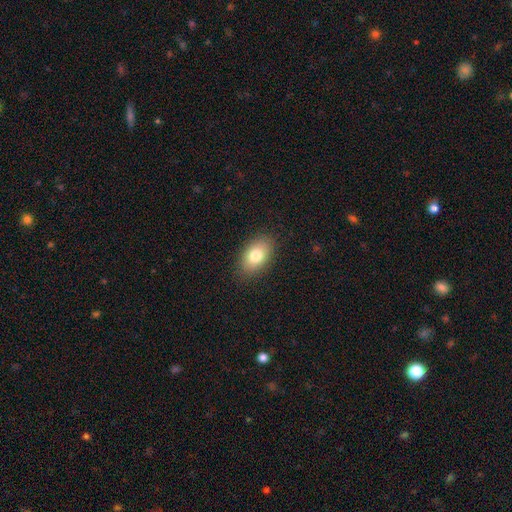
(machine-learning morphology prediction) Q: Smooth or featured?
A: smooth (79%); runner-up: featured or disk (13%)
Q: How rounded?
A: in between (89%); runner-up: round (9%)
Q: Merging?
A: none (86%); runner-up: minor disturbance (10%)